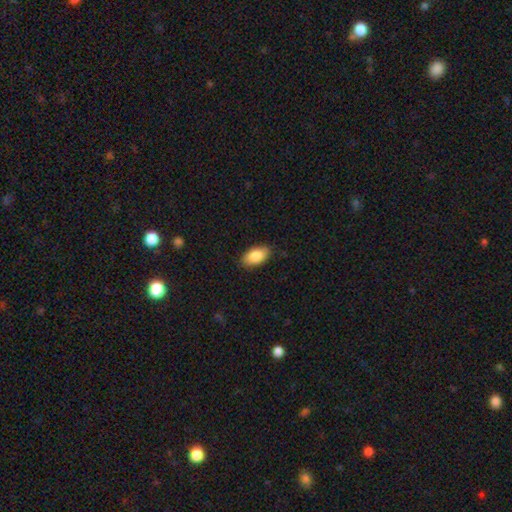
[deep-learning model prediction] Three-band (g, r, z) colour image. It shows a smooth galaxy with no disk features (86%) that is in between round and cigar-shaped (94%). Merging: none (86%).